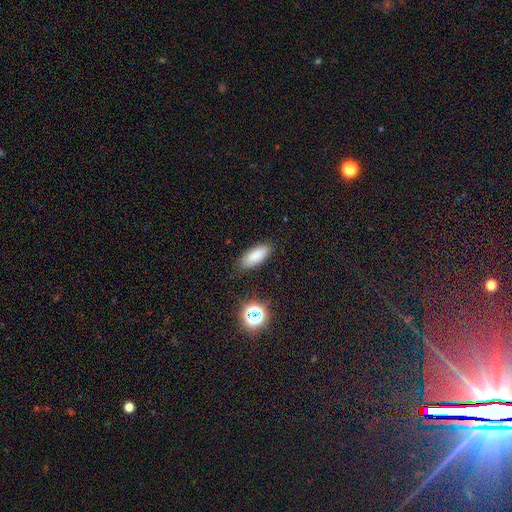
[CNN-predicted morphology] This appears to be a smooth galaxy with no disk features (83%) that is in between round and cigar-shaped (77%). Merging: none (84%).